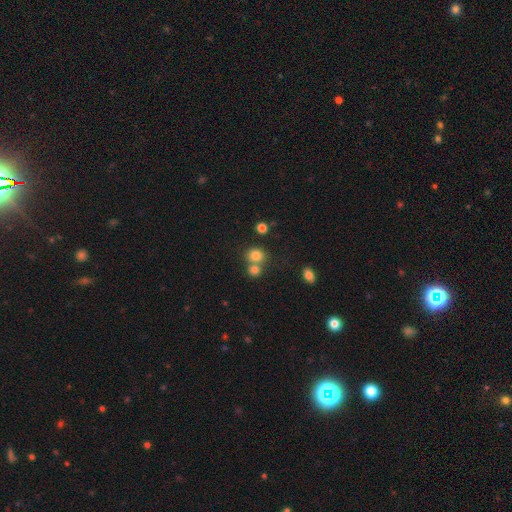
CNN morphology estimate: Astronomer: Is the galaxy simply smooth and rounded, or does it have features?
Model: smooth — 79%.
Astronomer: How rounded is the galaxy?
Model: round — 80%.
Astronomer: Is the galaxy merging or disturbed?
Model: none — 53% (runner-up: merger, 36%).